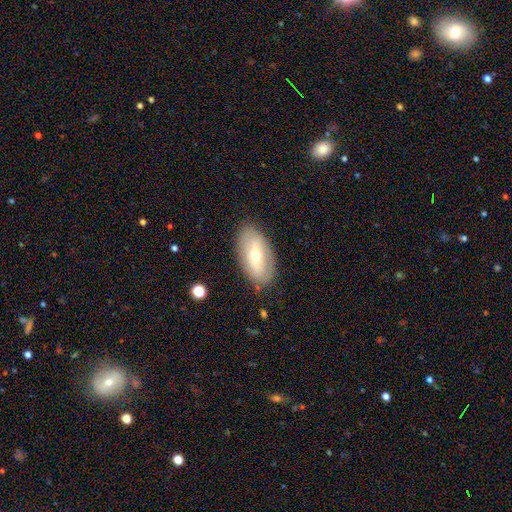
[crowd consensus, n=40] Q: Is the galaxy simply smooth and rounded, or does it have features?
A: smooth — 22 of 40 (55%).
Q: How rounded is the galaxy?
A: in between — 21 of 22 (95%).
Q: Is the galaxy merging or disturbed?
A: none — 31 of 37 (84%).